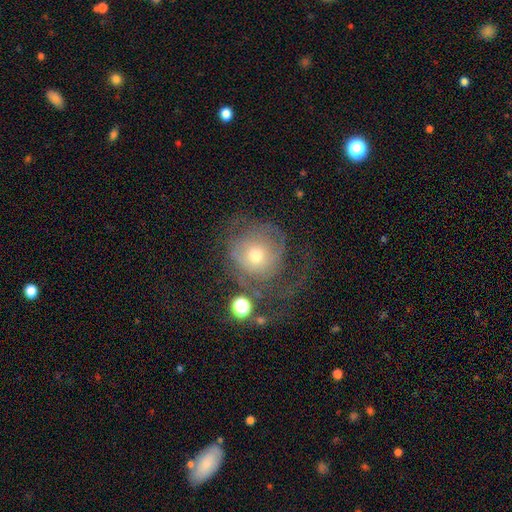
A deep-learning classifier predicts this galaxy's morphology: featured or disk 48%, smooth 40%, star or artifact 12%. Down the decision tree: merging — major disturbance (46%).